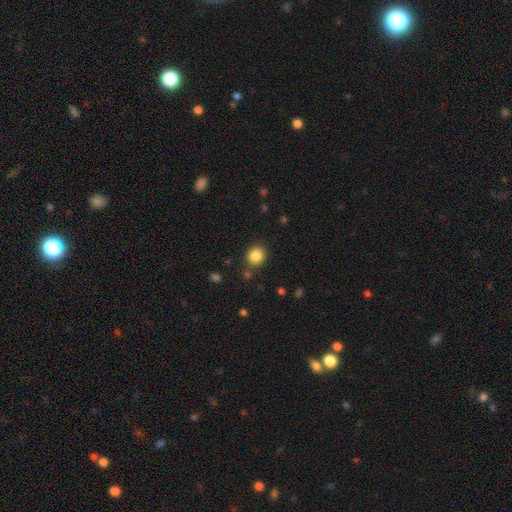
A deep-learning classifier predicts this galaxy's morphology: smooth 85%, star or artifact 10%, featured or disk 4%. Down the decision tree: how rounded — round (81%); merging — none (85%).